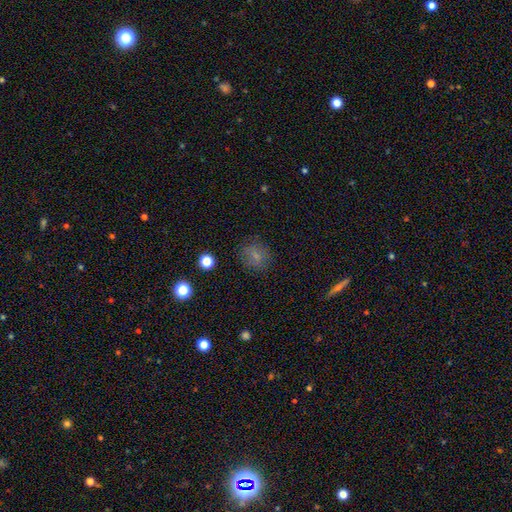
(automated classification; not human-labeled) This appears to be a smooth galaxy with no disk features (71%) that is round (73%). Merging: none (81%).